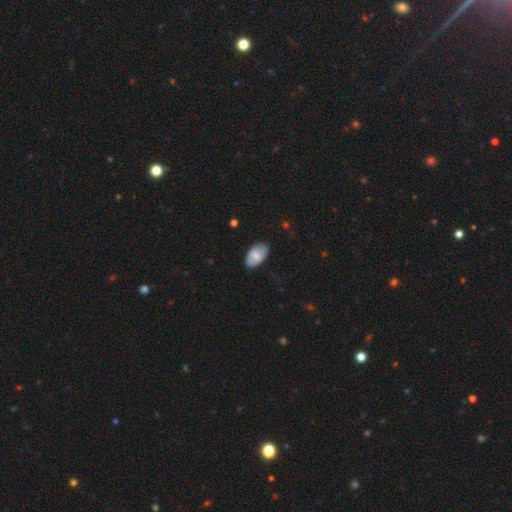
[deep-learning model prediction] Smooth or featured? smooth (62%)
How rounded? in between (93%)
Merging? none (80%)